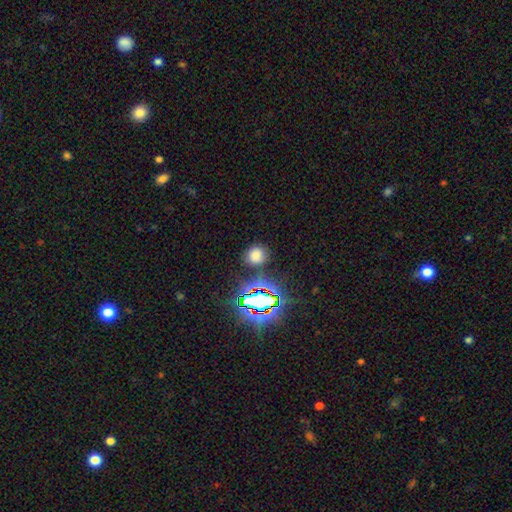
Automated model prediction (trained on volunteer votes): Q: Smooth or featured?
A: smooth (69%); runner-up: star or artifact (25%)
Q: How rounded?
A: round (78%); runner-up: in between (21%)
Q: Merging?
A: none (79%); runner-up: minor disturbance (12%)